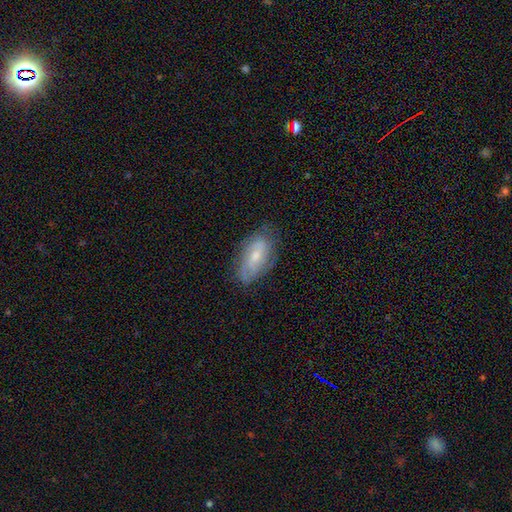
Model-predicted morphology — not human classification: Smooth or featured?
  - featured or disk: 55% *
  - smooth: 38%
  - star or artifact: 8%
Edge-on disk?
  - no: 91% *
  - yes: 9%
Merging?
  - none: 67% *
  - minor disturbance: 24%
  - major disturbance: 8%
  - merger: 1%